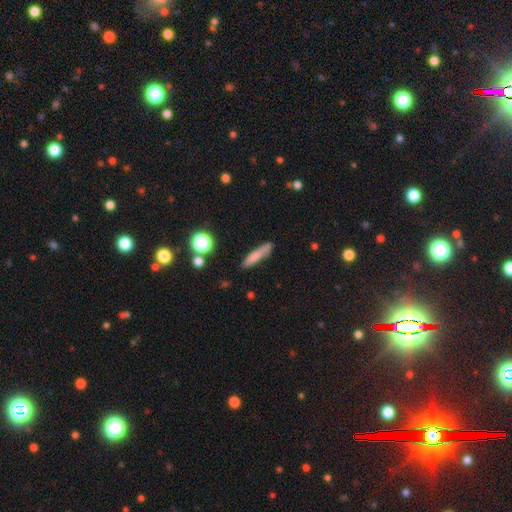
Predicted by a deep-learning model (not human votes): This appears to be a smooth galaxy with no disk features (75%) that is cigar-shaped (85%). Merging: none (77%).